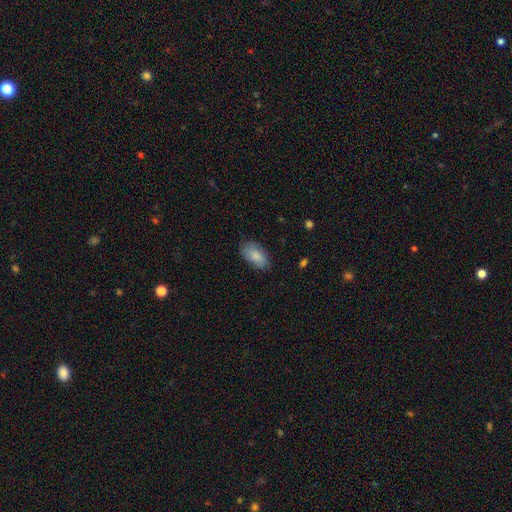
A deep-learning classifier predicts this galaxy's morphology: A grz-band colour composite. It shows a smooth galaxy with no disk features (84%) that is in between round and cigar-shaped (94%). Merging: none (80%).